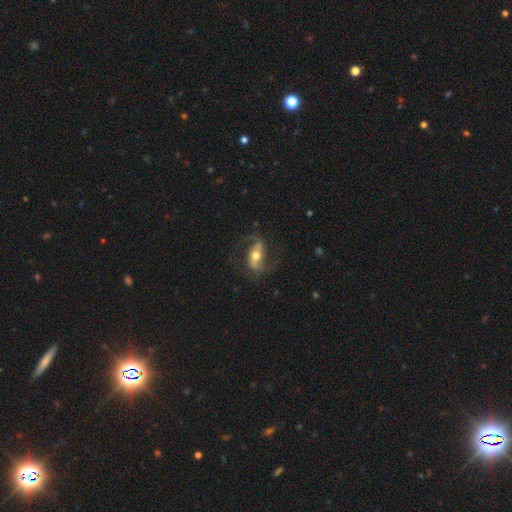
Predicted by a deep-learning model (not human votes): Overall: featured or disk (78%). Edge-on disk: no (93%). Bar: strong (44%; weak 32%). Spiral arms: yes (91%). Spiral arm count: 2 (90%). Spiral winding: loose (45%; medium 44%). Bulge size: moderate (70%). Merging: none (71%).